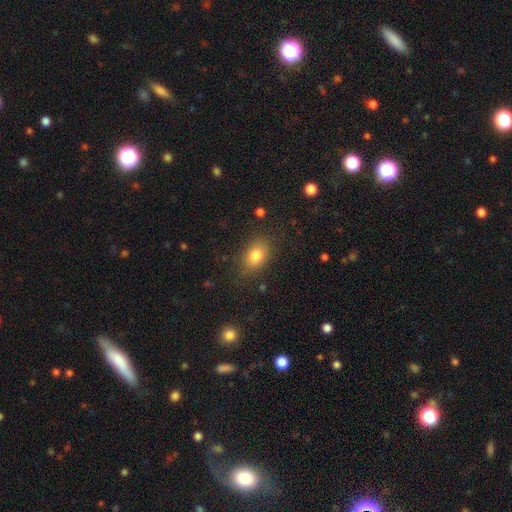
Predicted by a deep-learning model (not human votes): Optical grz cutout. It shows a smooth galaxy with no disk features (81%) that is in between round and cigar-shaped (76%). Merging: none (81%).